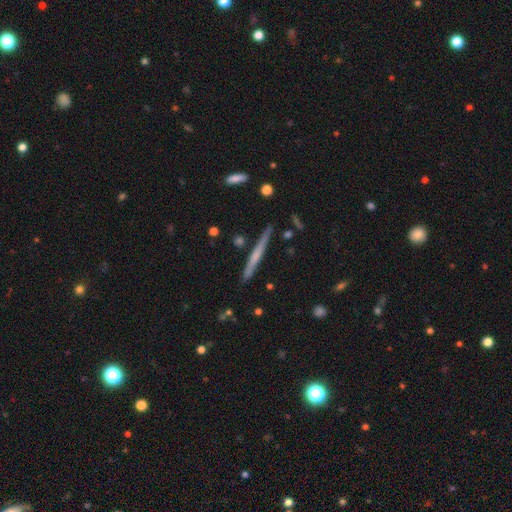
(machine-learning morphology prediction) Overall: featured or disk (55%; smooth 38%). Edge-on disk: yes (97%). Edge-on bulge: none (67%). Merging: none (87%).